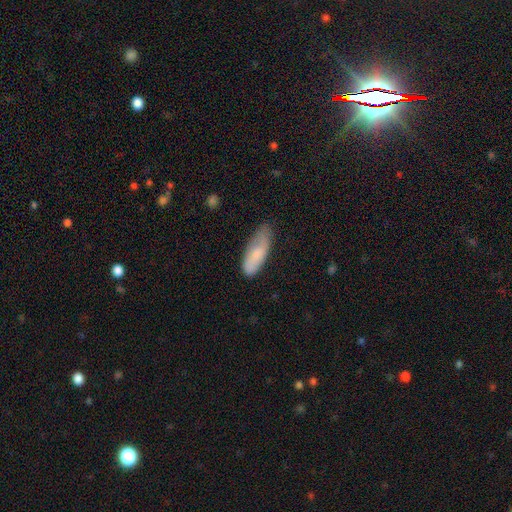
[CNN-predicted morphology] Smooth or featured?
  - smooth: 76% *
  - featured or disk: 18%
  - star or artifact: 6%
How rounded?
  - in between: 68% *
  - cigar-shaped: 31%
  - round: 2%
Merging?
  - none: 60% *
  - minor disturbance: 31%
  - major disturbance: 7%
  - merger: 2%